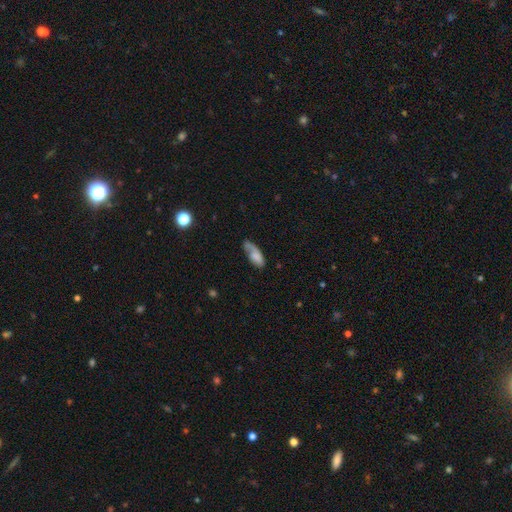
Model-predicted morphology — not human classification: Smooth or featured? smooth (62%)
How rounded? in between (79%)
Merging? none (43%)